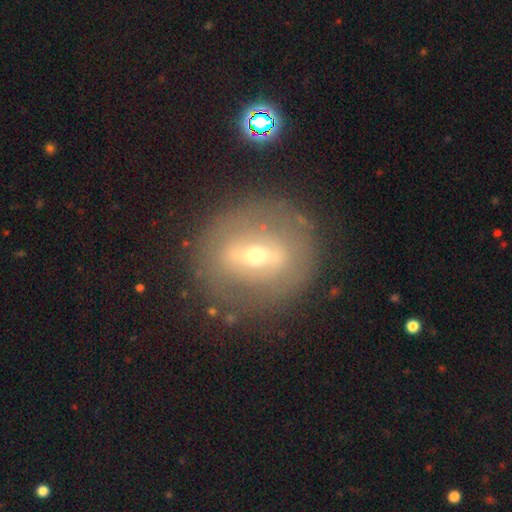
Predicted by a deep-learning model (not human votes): Smooth or featured?
  - featured or disk: 66% *
  - smooth: 24%
  - star or artifact: 10%
Edge-on disk?
  - no: 81% *
  - yes: 19%
Bar?
  - strong: 54% *
  - weak: 31%
  - no: 15%
Spiral arms?
  - no: 79% *
  - yes: 21%
Bulge size?
  - small: 48% *
  - moderate: 47%
  - large: 3%
  - dominant: 1%
  - none: 1%
Merging?
  - none: 81% *
  - minor disturbance: 11%
  - major disturbance: 6%
  - merger: 2%